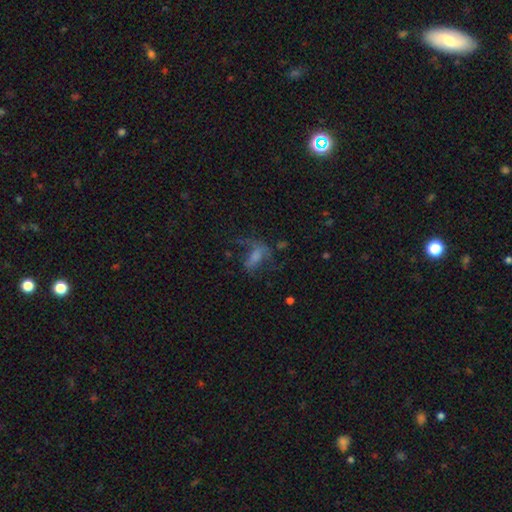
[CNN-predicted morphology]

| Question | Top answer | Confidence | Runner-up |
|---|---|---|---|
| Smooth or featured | featured or disk | 45% | smooth (32%) |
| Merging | none | 40% | major disturbance (38%) |